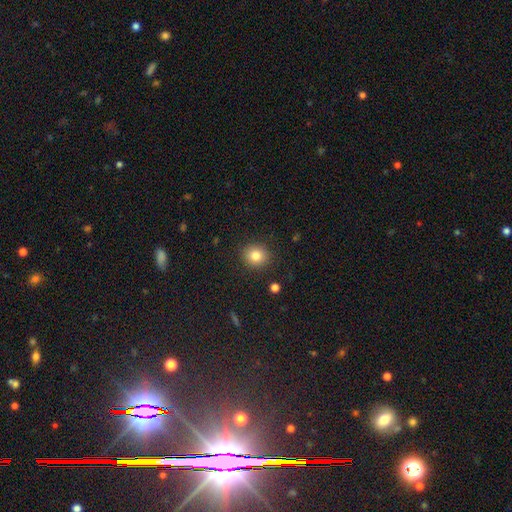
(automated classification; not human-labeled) Q: Smooth or featured?
A: smooth (82%); runner-up: star or artifact (11%)
Q: How rounded?
A: round (79%); runner-up: in between (20%)
Q: Merging?
A: none (89%); runner-up: minor disturbance (7%)